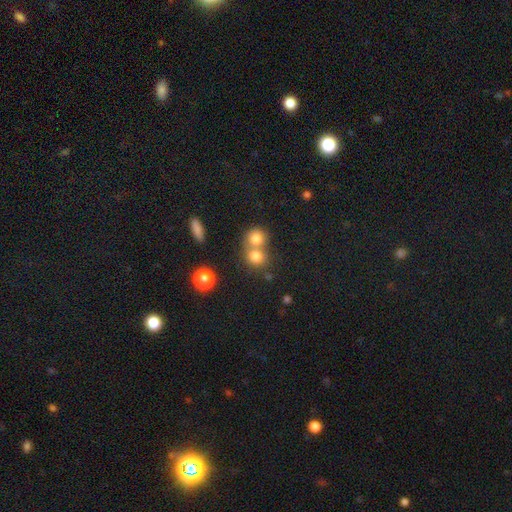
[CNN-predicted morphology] This appears to be a smooth galaxy with no disk features (77%) that is round (82%). Merging: merger (51%).